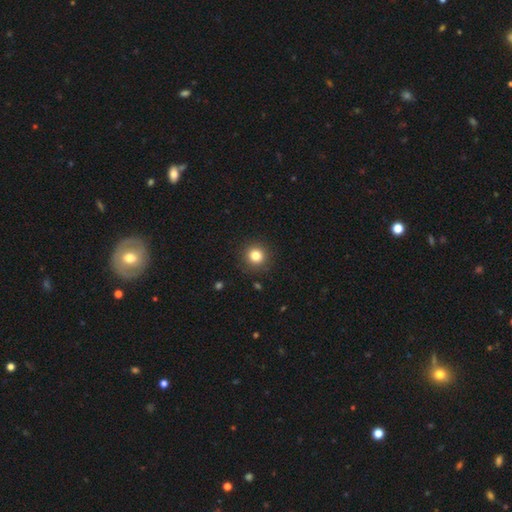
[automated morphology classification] smooth_or_featured: smooth (p=0.82) [alt: star or artifact p=0.12]
how_rounded: round (p=0.93) [alt: in between p=0.06]
merging: none (p=0.90) [alt: minor disturbance p=0.06]